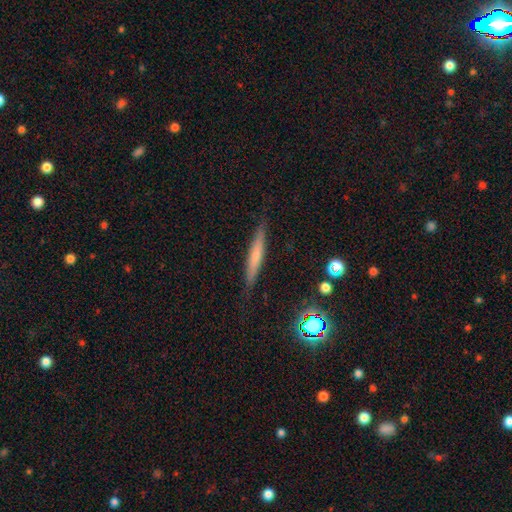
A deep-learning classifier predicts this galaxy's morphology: type=smooth (55%); roundness=cigar-shaped (93%); merging=none (86%).